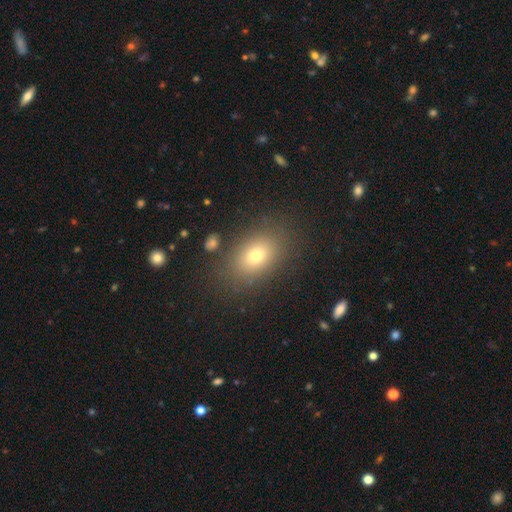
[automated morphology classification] This is likely a smooth galaxy (72%). How rounded: likely in between (77%). Merging: clearly none (84%).